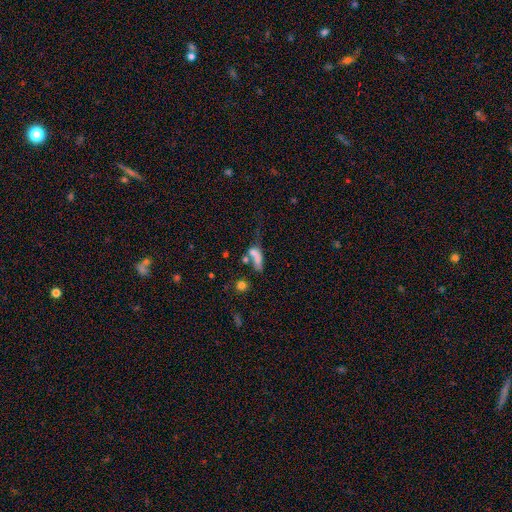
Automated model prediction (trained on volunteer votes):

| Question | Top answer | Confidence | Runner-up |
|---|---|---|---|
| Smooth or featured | smooth | 62% | featured or disk (25%) |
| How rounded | in between | 62% | cigar-shaped (28%) |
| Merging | merger | 38% | major disturbance (26%) |